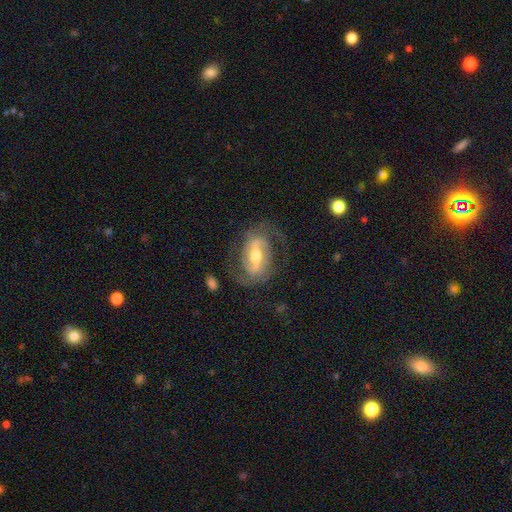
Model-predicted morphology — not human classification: featured or disk 86%, smooth 9%, star or artifact 5%. Down the decision tree: edge-on disk — no (95%); bar — strong (54%); spiral arms — yes (92%); spiral arm count — 2 (85%); spiral winding — medium (48%); bulge size — moderate (66%); merging — none (70%).